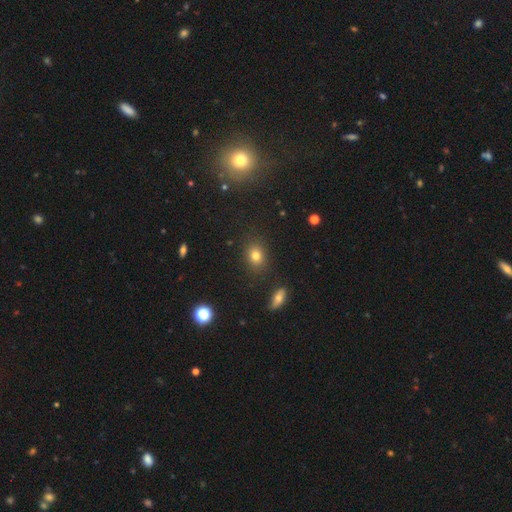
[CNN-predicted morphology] Smooth or featured? smooth (78%)
How rounded? round (54%)
Merging? none (85%)